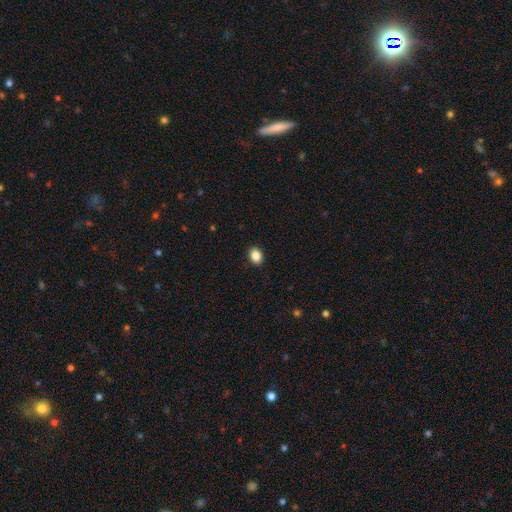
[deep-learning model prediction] Smooth or featured? smooth (87%)
How rounded? in between (66%)
Merging? none (91%)